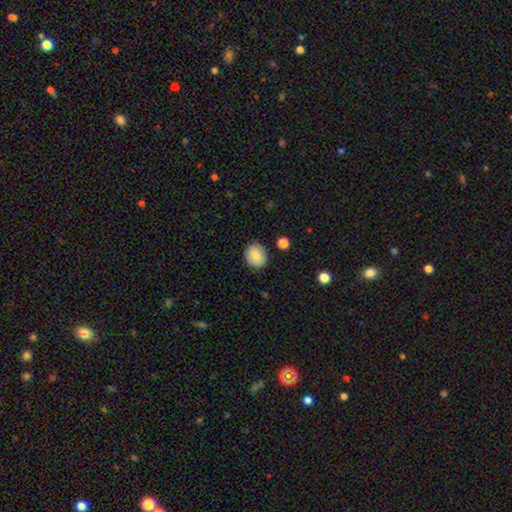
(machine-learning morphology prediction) A smooth galaxy with no disk features (86%) that is round (74%). Merging: none (88%).